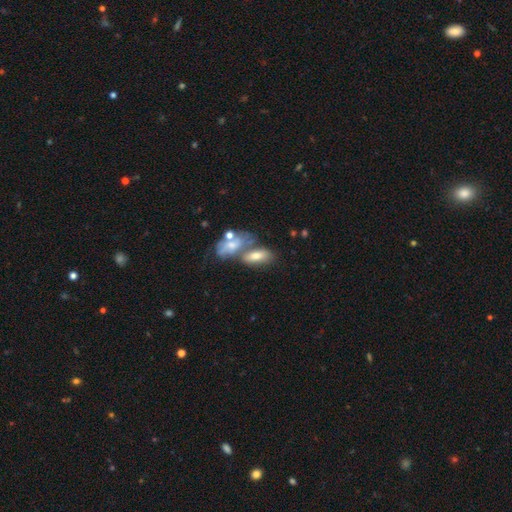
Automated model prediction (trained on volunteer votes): Morphology: type=smooth (58%); roundness=in between (84%); merging=merger (49%).